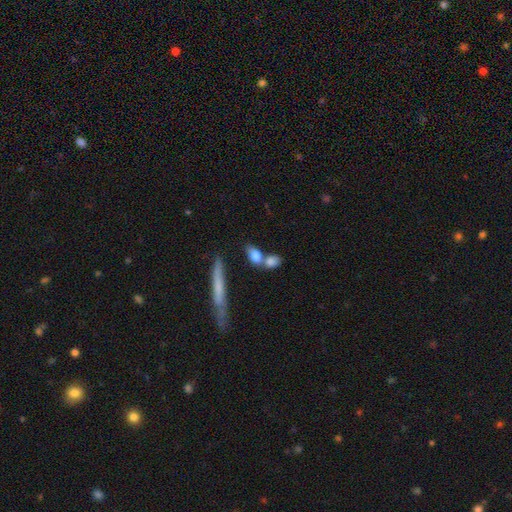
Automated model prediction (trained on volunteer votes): smooth-or-featured: smooth: 77% | featured or disk: 15% | star or artifact: 7%
  how-rounded: in between: 66% | cigar-shaped: 22% | round: 12%
  merging: none: 45% | merger: 38% | minor disturbance: 12% | major disturbance: 5%